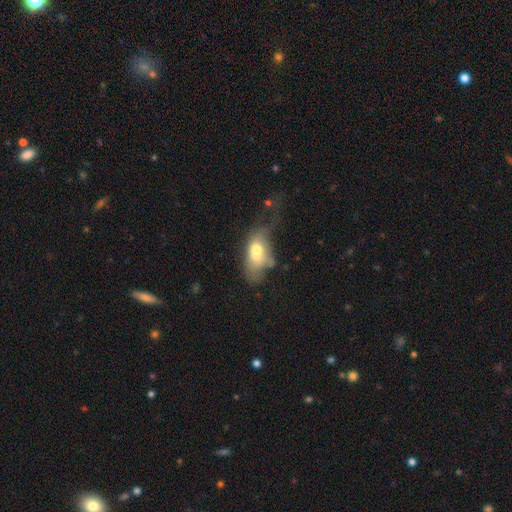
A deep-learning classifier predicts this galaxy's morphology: Smooth or featured? smooth (55%)
How rounded? in between (80%)
Merging? merger (55%)